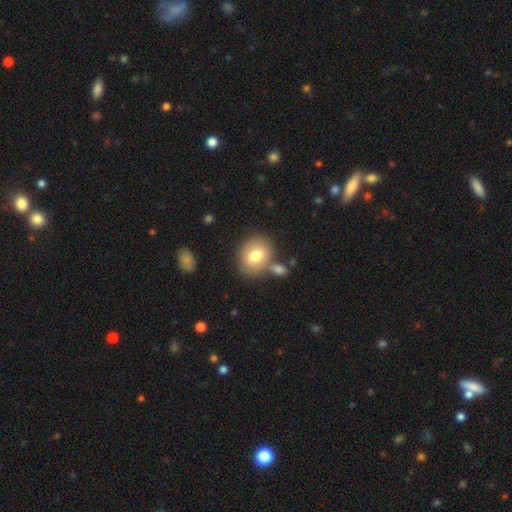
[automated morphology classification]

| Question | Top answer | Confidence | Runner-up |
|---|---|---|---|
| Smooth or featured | smooth | 75% | featured or disk (17%) |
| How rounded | round | 52% | in between (47%) |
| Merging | none | 67% | merger (16%) |